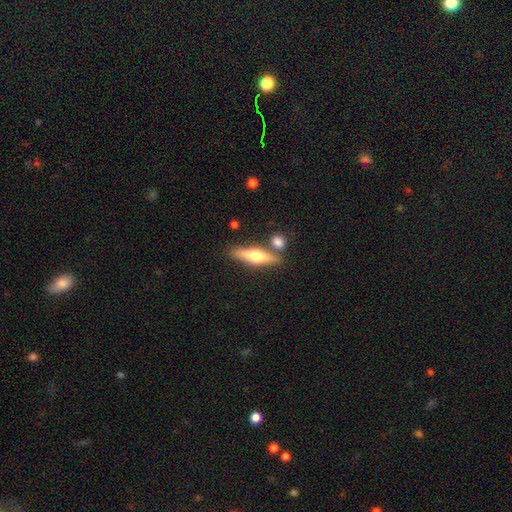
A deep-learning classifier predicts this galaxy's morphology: A featured or disk galaxy (55%) viewed edge-on (94%) with a rounded central bulge (94%). Merging: none (76%).